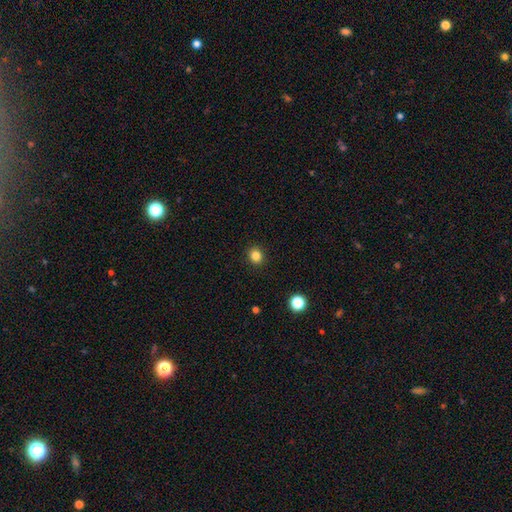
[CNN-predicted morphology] Smooth or featured? Predicted: smooth (p=0.83). How rounded? Predicted: round (p=0.82). Merging? Predicted: none (p=0.92).